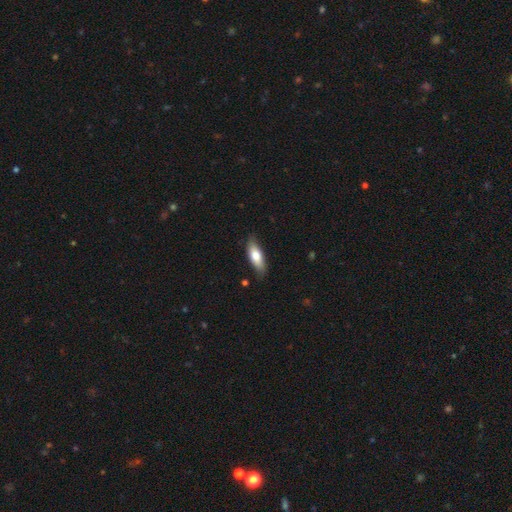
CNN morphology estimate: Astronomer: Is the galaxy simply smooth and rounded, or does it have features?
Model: smooth — 73%.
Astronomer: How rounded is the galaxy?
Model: in between — 62%.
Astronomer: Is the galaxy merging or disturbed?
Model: none — 80%.